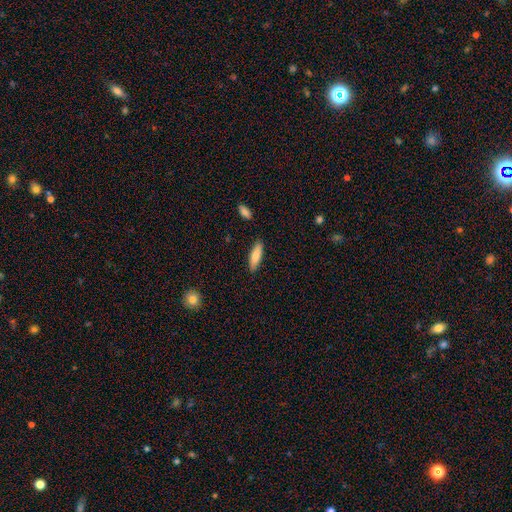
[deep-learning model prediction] A smooth galaxy with no disk features (80%) that is cigar-shaped (57%). Merging: none (87%).